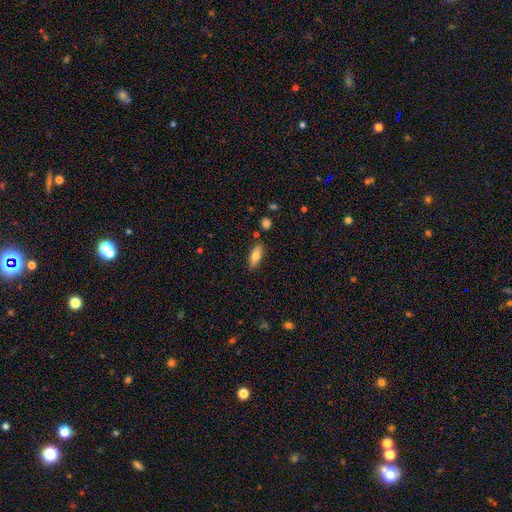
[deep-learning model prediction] This appears to be a smooth galaxy with no disk features (74%) that is in between round and cigar-shaped (66%). Merging: none (84%).